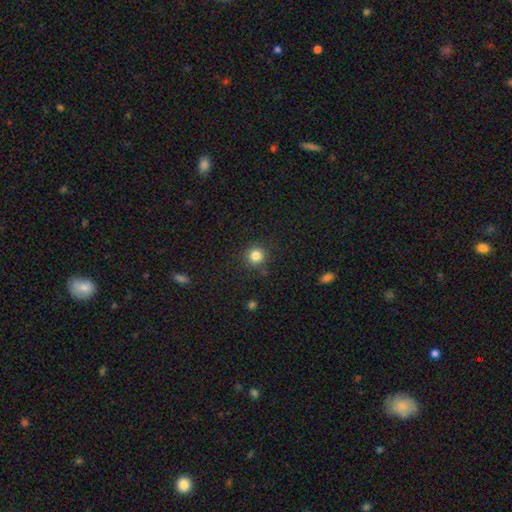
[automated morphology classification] This is clearly a smooth galaxy (84%). How rounded: clearly round (93%). Merging: clearly none (87%).